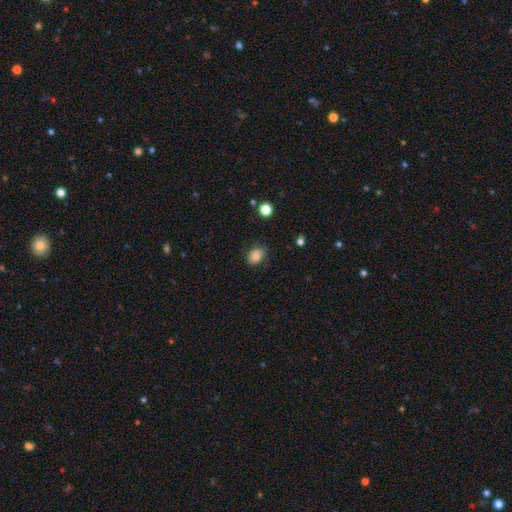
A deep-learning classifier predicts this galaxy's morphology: Q: Smooth or featured?
A: smooth (82%); runner-up: star or artifact (10%)
Q: How rounded?
A: in between (60%); runner-up: round (39%)
Q: Merging?
A: none (75%); runner-up: minor disturbance (19%)